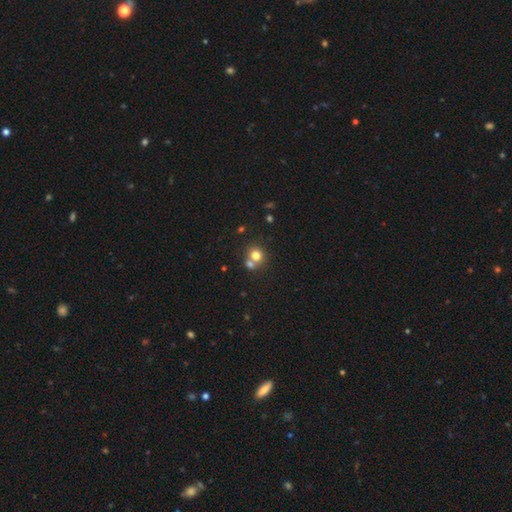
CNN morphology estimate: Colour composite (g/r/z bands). It shows a smooth galaxy with no disk features (76%) that is round (83%). Merging: none (51%).